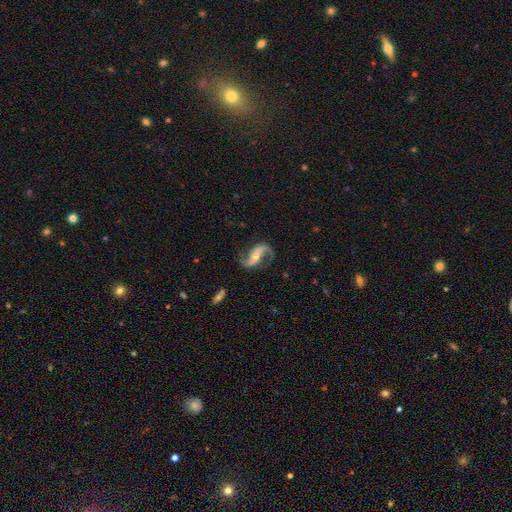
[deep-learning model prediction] Smooth or featured?
  - featured or disk: 90% *
  - smooth: 5%
  - star or artifact: 5%
Edge-on disk?
  - no: 96% *
  - yes: 4%
Bar?
  - strong: 36% *
  - no: 34%
  - weak: 30%
Spiral arms?
  - yes: 97% *
  - no: 3%
Spiral winding?
  - loose: 69% *
  - medium: 25%
  - tight: 6%
Spiral arm count?
  - 2: 93% *
  - 1: 3%
  - can't tell: 1%
  - 3: 1%
  - 4: 1%
  - more than 4: 1%
Bulge size?
  - moderate: 48% *
  - small: 46%
  - large: 3%
  - none: 2%
  - dominant: 1%
Merging?
  - none: 79% *
  - minor disturbance: 13%
  - major disturbance: 7%
  - merger: 2%